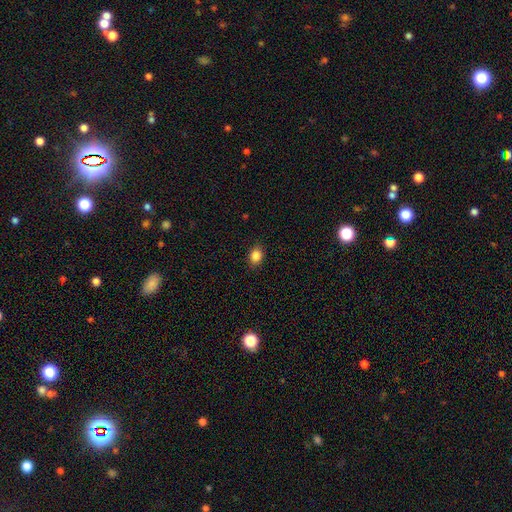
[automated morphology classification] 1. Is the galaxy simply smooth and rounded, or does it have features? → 85% smooth, 10% star or artifact, 4% featured or disk.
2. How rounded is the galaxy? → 53% in between, 46% round, 1% cigar-shaped.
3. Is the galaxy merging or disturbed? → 87% none, 10% minor disturbance, 2% major disturbance, 1% merger.